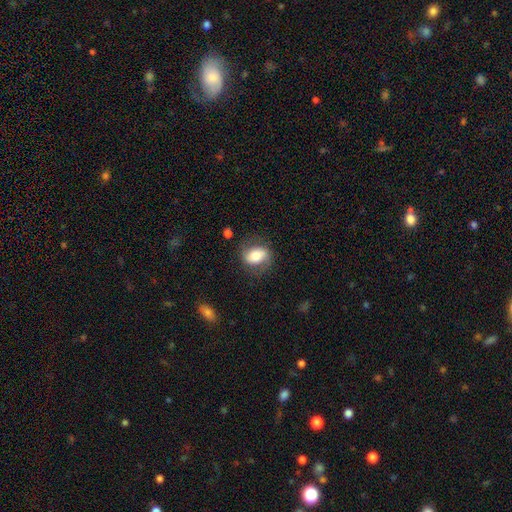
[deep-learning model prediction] A smooth galaxy with no disk features (60%) that is in between round and cigar-shaped (65%).

Vote fractions:
- Smooth or featured? smooth: 60% / featured or disk: 32% / star or artifact: 8%
- How rounded? in between: 65% / round: 33% / cigar-shaped: 2%
- Merging? none: 72% / minor disturbance: 18% / major disturbance: 8% / merger: 2%